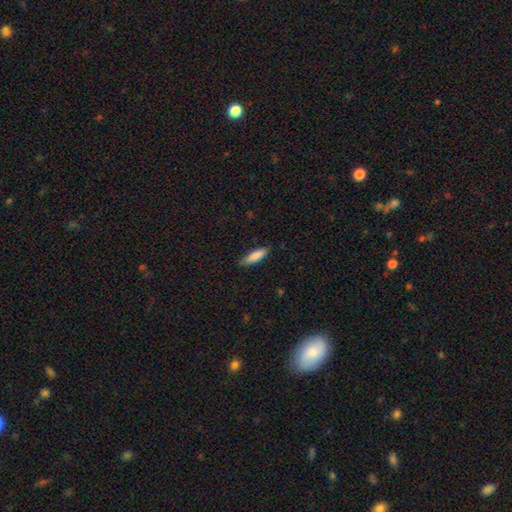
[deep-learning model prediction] This is clearly a smooth galaxy (84%). How rounded: possibly cigar-shaped (56%). Merging: clearly none (82%).